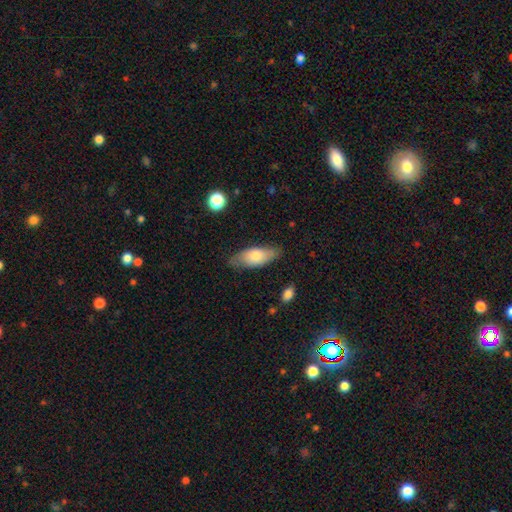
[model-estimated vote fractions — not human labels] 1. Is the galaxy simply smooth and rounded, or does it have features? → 71% smooth, 23% featured or disk, 6% star or artifact.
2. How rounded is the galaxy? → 80% in between, 18% cigar-shaped, 2% round.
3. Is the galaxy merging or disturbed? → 77% none, 18% minor disturbance, 4% major disturbance, 2% merger.